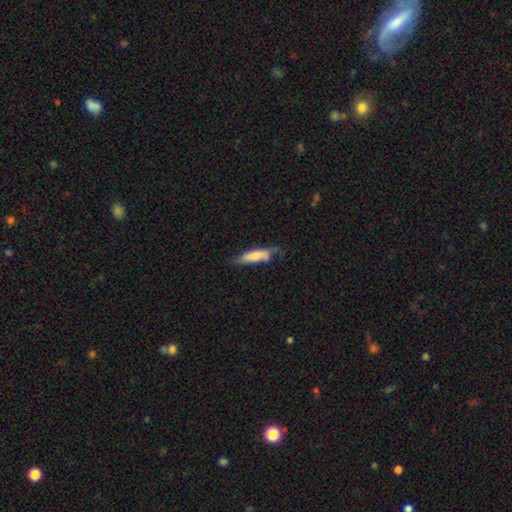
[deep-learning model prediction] A smooth galaxy with no disk features (64%) that is cigar-shaped (64%).

Vote fractions:
- Smooth or featured? smooth: 64% / featured or disk: 30% / star or artifact: 6%
- How rounded? cigar-shaped: 64% / in between: 34% / round: 2%
- Merging? none: 47% / minor disturbance: 32% / major disturbance: 17% / merger: 5%